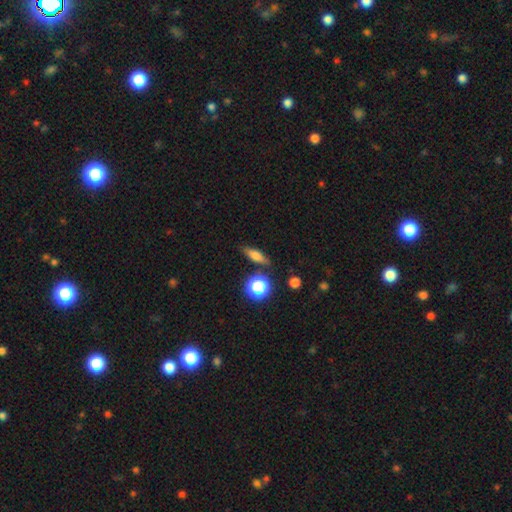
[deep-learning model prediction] Smooth or featured?
  - smooth: 64% *
  - featured or disk: 24%
  - star or artifact: 13%
How rounded?
  - cigar-shaped: 48% *
  - in between: 40%
  - round: 12%
Merging?
  - none: 82% *
  - minor disturbance: 11%
  - merger: 3%
  - major disturbance: 3%